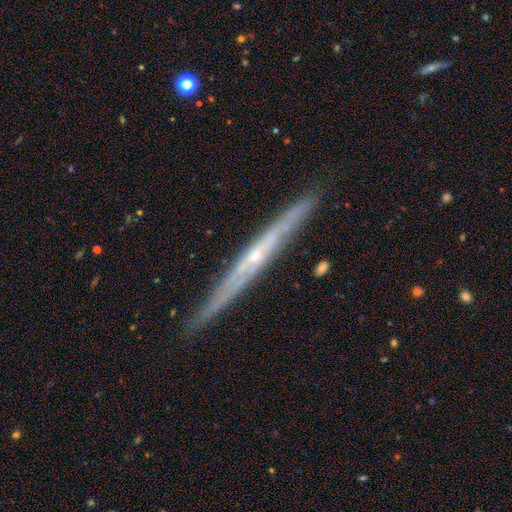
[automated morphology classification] A featured or disk galaxy (76%) viewed edge-on (95%) with no central bulge (51%). Merging: none (88%).